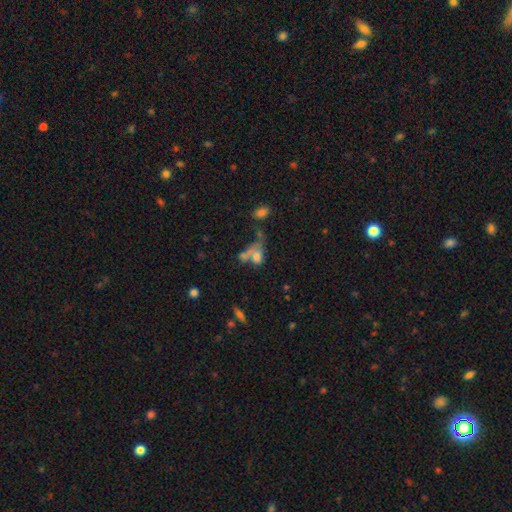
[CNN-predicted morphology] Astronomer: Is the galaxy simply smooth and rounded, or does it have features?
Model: smooth — 62%.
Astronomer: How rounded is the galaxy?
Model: in between — 67%.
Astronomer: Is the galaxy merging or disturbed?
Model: merger — 45% (runner-up: none, 23%).